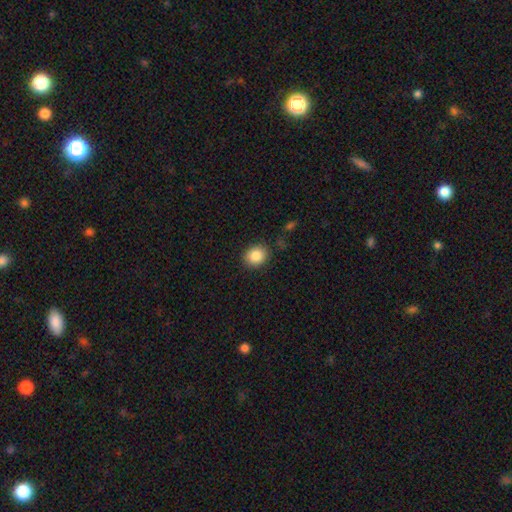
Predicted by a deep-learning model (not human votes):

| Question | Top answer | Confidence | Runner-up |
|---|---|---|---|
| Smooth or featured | smooth | 86% | star or artifact (9%) |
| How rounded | round | 66% | in between (33%) |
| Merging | none | 86% | minor disturbance (10%) |